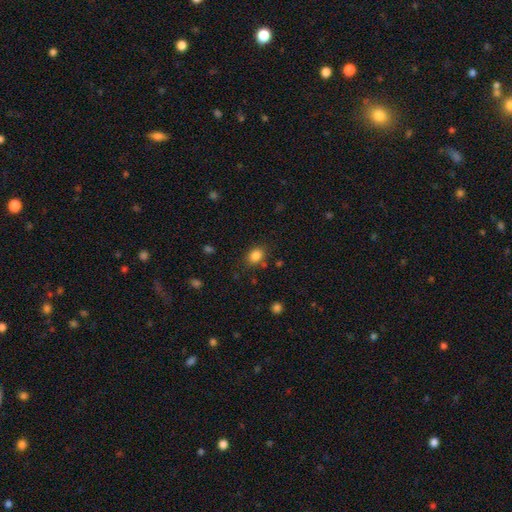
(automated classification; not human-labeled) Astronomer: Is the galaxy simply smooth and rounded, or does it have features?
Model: smooth — 85%.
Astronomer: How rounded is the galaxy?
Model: in between — 59% (runner-up: round, 40%).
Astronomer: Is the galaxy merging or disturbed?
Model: none — 79%.